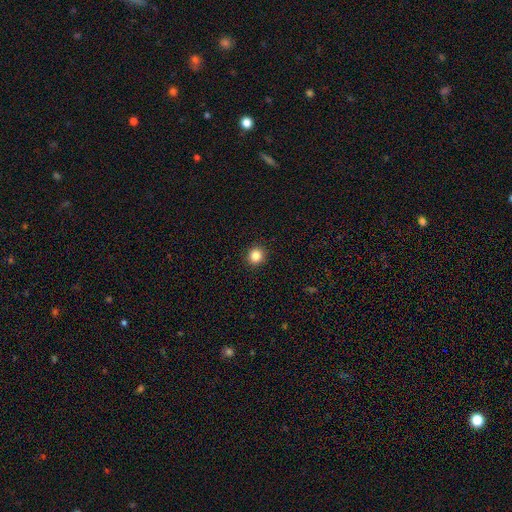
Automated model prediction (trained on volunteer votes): Q: Smooth or featured?
A: smooth (85%); runner-up: star or artifact (11%)
Q: How rounded?
A: round (91%); runner-up: in between (8%)
Q: Merging?
A: none (93%); runner-up: minor disturbance (5%)